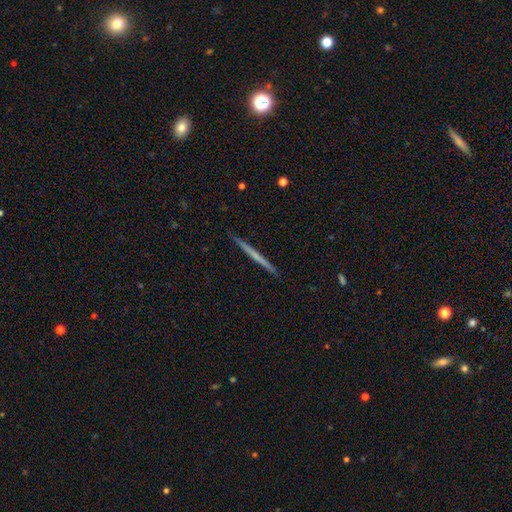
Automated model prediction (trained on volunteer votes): smooth_or_featured: featured or disk (p=0.54) [alt: smooth p=0.41]
disk_edge_on: yes (p=0.98) [alt: no p=0.02]
edge_on_bulge: none (p=0.85) [alt: rounded p=0.11]
merging: none (p=0.92) [alt: minor disturbance p=0.06]